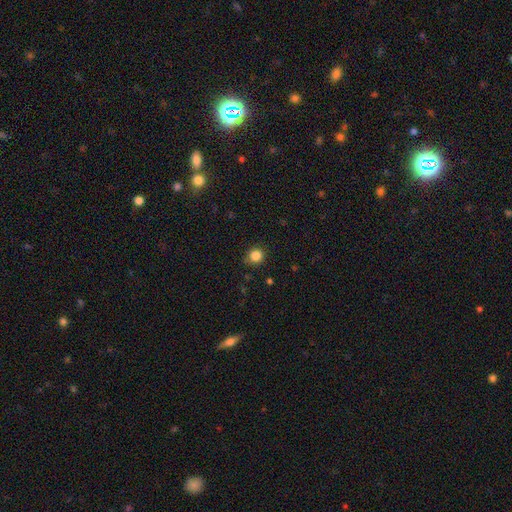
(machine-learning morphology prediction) This is clearly a smooth galaxy (85%). How rounded: clearly round (89%). Merging: clearly none (86%).